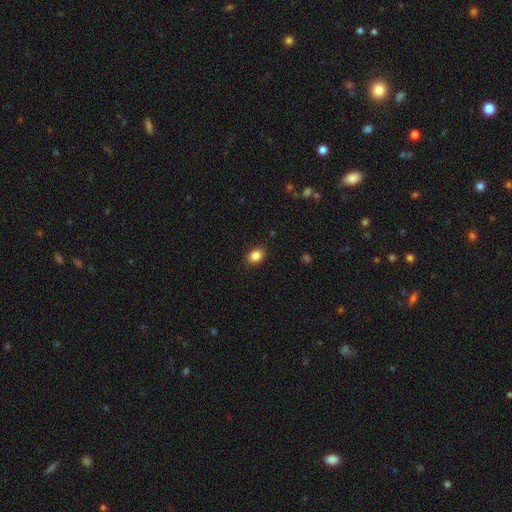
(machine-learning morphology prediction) Overall: smooth (86%). How rounded: in between (71%). Merging: none (88%).